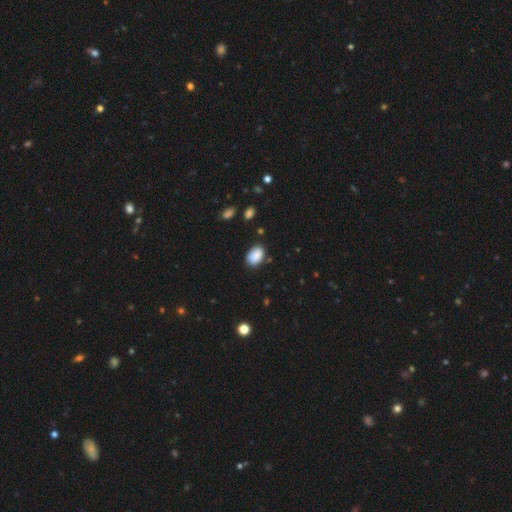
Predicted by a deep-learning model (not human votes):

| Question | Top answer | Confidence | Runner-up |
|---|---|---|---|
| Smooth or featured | smooth | 87% | star or artifact (8%) |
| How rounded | in between | 82% | round (16%) |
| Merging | none | 78% | minor disturbance (16%) |